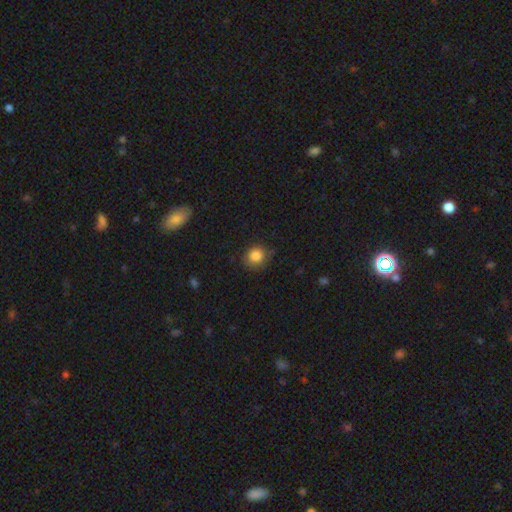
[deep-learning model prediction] Smooth or featured: smooth — 84% (star or artifact — 9%)
How rounded: round — 81% (in between — 18%)
Merging: none — 74% (minor disturbance — 21%)